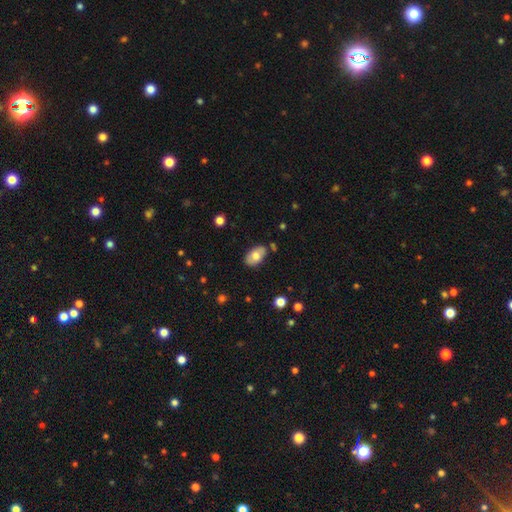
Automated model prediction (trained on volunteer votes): Overall: smooth (69%). How rounded: in between (92%). Merging: none (80%).